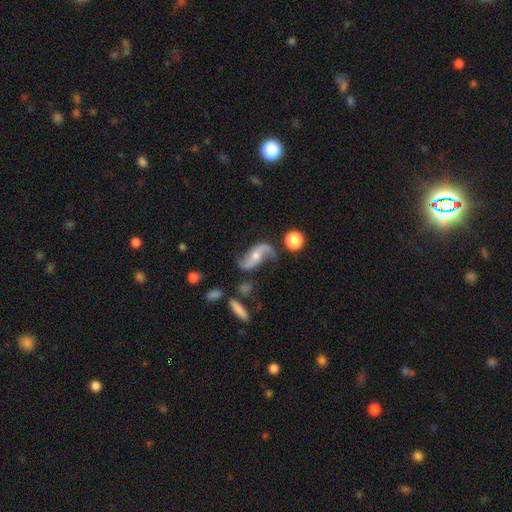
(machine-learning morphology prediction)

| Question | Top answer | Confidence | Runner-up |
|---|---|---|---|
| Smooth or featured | featured or disk | 85% | smooth (9%) |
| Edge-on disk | no | 95% | yes (5%) |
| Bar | no | 54% | weak (32%) |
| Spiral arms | yes | 96% | no (4%) |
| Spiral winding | loose | 86% | medium (11%) |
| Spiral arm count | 2 | 93% | 1 (3%) |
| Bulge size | moderate | 57% | small (32%) |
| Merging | none | 69% | minor disturbance (17%) |